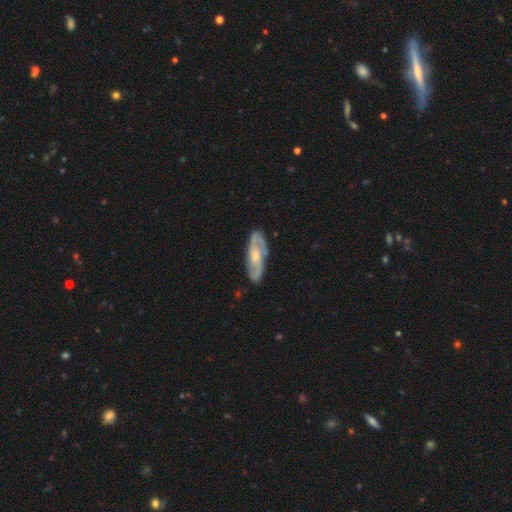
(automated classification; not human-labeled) A featured or disk galaxy (74%) with no bar (58%), 2 (68%) medium (46%) spiral arms (90%) and a moderate central bulge (55%).

Vote fractions:
- Smooth or featured? featured or disk: 74% / smooth: 20% / star or artifact: 5%
- Edge-on disk? no: 86% / yes: 14%
- Bar? no: 58% / weak: 34% / strong: 8%
- Spiral arms? yes: 90% / no: 10%
- Spiral winding? medium: 46% / tight: 37% / loose: 17%
- Spiral arm count? 2: 68% / can't tell: 18% / 3: 7% / 1: 3% / 4: 2% / more than 4: 2%
- Bulge size? moderate: 55% / small: 35% / large: 5% / none: 4% / dominant: 1%
- Merging? none: 80% / minor disturbance: 15% / major disturbance: 4% / merger: 1%